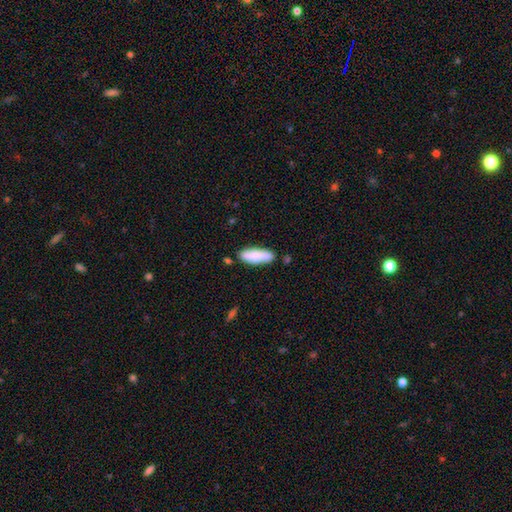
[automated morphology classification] This appears to be a smooth galaxy with no disk features (84%) that is in between round and cigar-shaped (63%). Merging: none (77%).